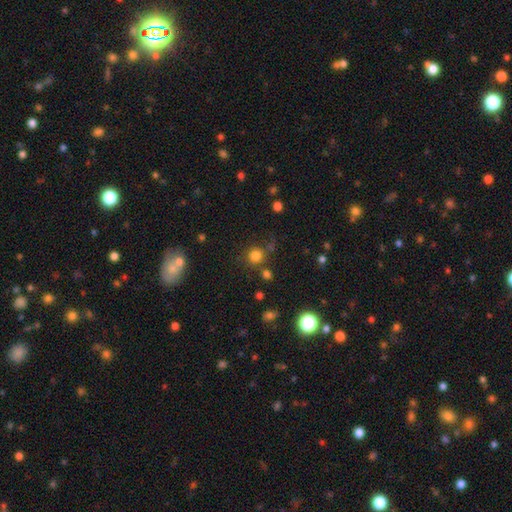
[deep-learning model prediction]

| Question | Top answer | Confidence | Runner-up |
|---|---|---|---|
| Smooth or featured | smooth | 78% | star or artifact (16%) |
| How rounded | round | 90% | in between (9%) |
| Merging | none | 74% | minor disturbance (11%) |